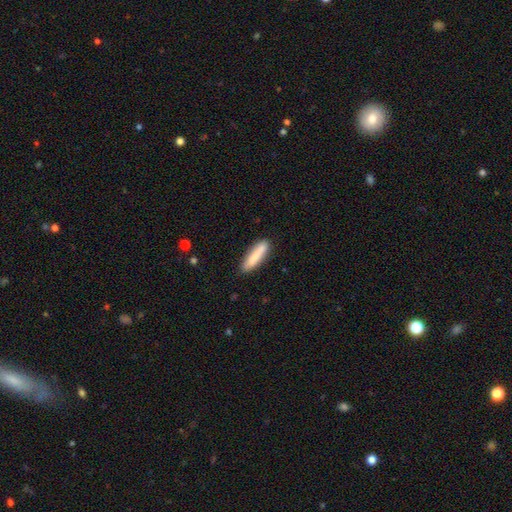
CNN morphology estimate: type=smooth (84%); roundness=cigar-shaped (78%); merging=none (85%).